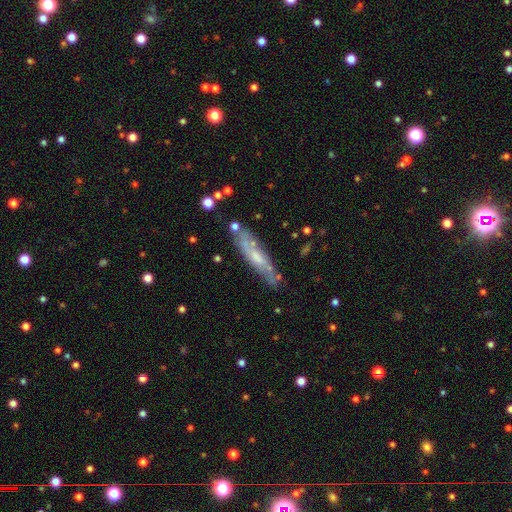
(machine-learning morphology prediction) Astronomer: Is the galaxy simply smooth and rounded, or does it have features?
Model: featured or disk — 58% (runner-up: smooth, 35%).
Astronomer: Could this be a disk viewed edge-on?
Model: no — 50%, tied with yes at 50%.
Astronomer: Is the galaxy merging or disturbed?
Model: none — 70%.